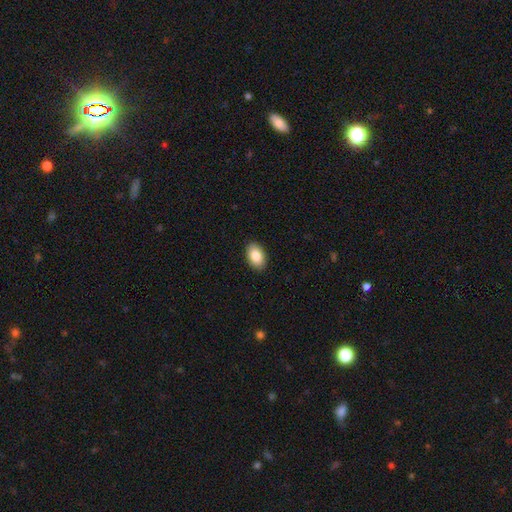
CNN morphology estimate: A smooth galaxy with no disk features (87%) that is in between round and cigar-shaped (92%).

Vote fractions:
- Smooth or featured? smooth: 87% / star or artifact: 7% / featured or disk: 6%
- How rounded? in between: 92% / round: 6% / cigar-shaped: 1%
- Merging? none: 90% / minor disturbance: 7% / major disturbance: 2% / merger: 1%